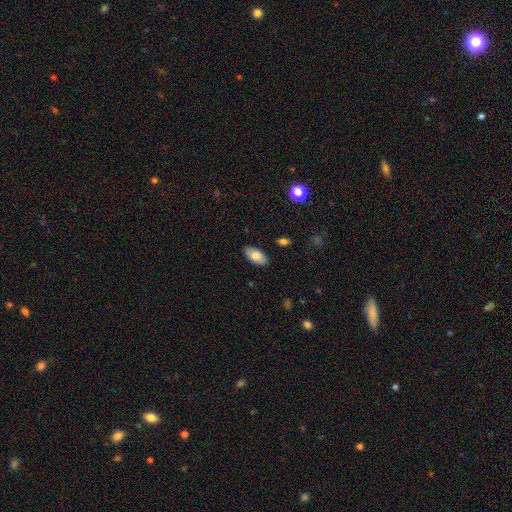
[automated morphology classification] smooth_or_featured: smooth (p=0.79) [alt: featured or disk p=0.14]
how_rounded: in between (p=0.94) [alt: cigar-shaped p=0.03]
merging: none (p=0.88) [alt: minor disturbance p=0.09]